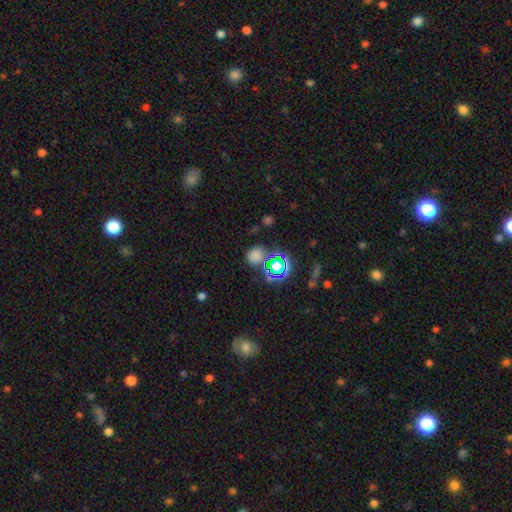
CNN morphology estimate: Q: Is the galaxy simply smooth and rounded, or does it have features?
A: smooth — 59%.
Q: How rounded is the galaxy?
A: round — 77%.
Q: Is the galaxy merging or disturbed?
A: none — 74%.